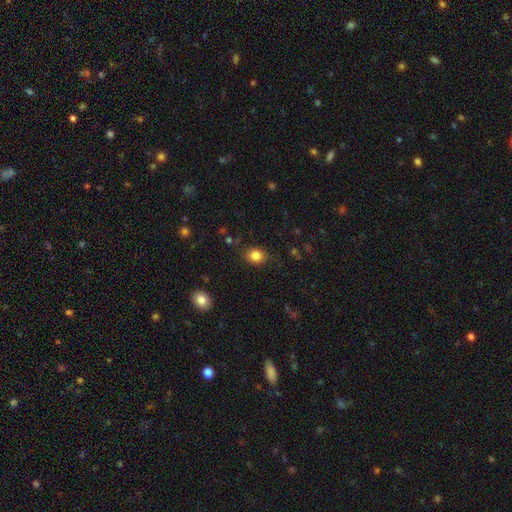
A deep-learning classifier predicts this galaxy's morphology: smooth_or_featured: smooth (p=0.83) [alt: star or artifact p=0.10]
how_rounded: round (p=0.50) [alt: in between p=0.49]
merging: none (p=0.80) [alt: minor disturbance p=0.15]